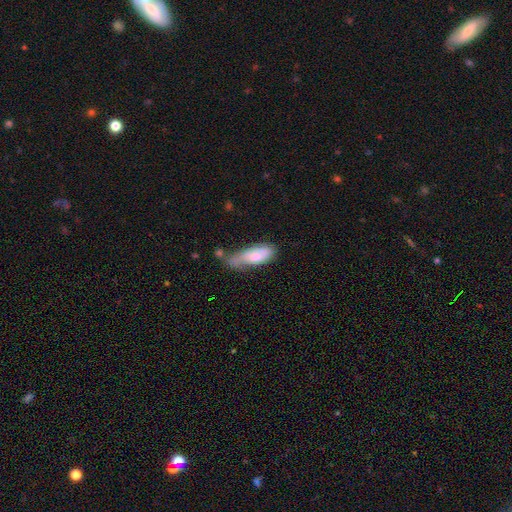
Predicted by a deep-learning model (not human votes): smooth_or_featured: smooth (p=0.70) [alt: featured or disk p=0.24]
how_rounded: in between (p=0.69) [alt: cigar-shaped p=0.29]
merging: minor disturbance (p=0.34) [alt: none p=0.30]